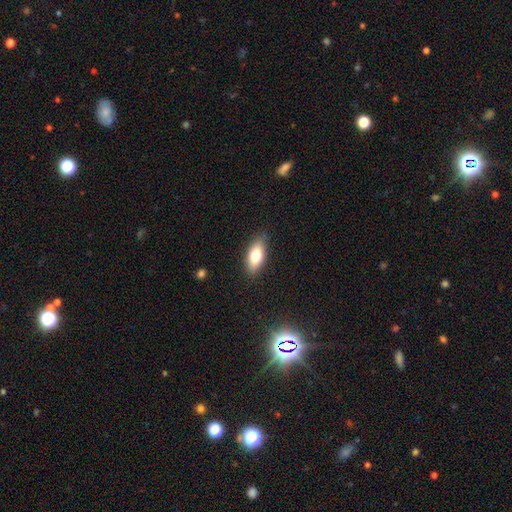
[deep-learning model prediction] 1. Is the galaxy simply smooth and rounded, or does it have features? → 77% smooth, 16% featured or disk, 7% star or artifact.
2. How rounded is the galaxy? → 84% in between, 13% cigar-shaped, 3% round.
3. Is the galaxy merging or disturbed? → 85% none, 12% minor disturbance, 2% major disturbance, 1% merger.